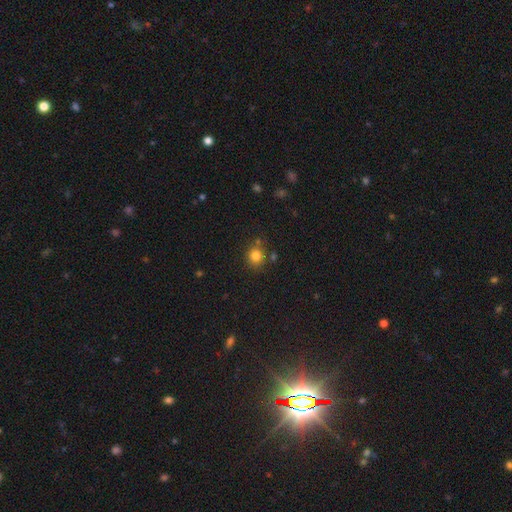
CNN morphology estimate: This is clearly a smooth galaxy (81%). How rounded: clearly round (86%). Merging: likely none (77%).